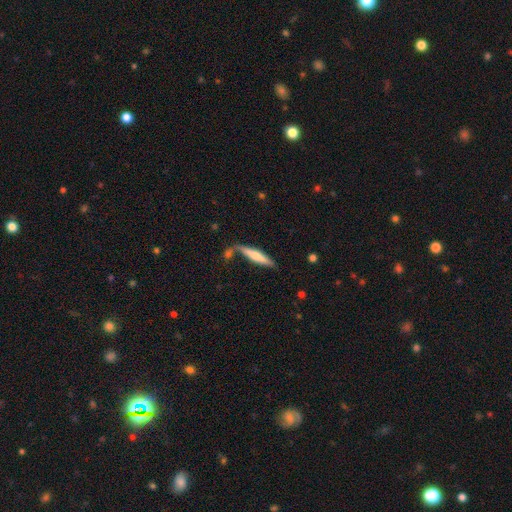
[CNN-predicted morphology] Smooth or featured? Predicted: smooth (p=0.58). How rounded? Predicted: cigar-shaped (p=0.86). Merging? Predicted: none (p=0.63).